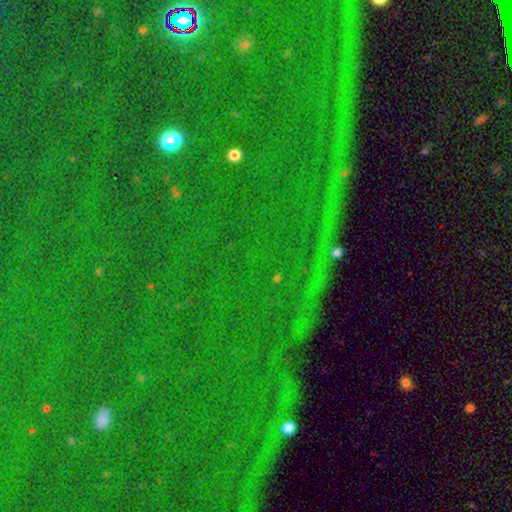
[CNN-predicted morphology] A star or artifact, not a galaxy (84%).

Vote fractions:
- Smooth or featured? star or artifact: 84% / featured or disk: 8% / smooth: 8%